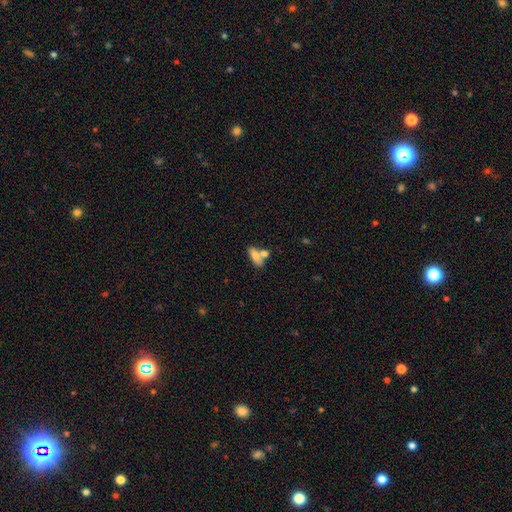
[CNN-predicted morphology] smooth-or-featured: smooth: 69% | featured or disk: 23% | star or artifact: 8%
  how-rounded: in between: 74% | cigar-shaped: 21% | round: 5%
  merging: merger: 42% (tied) | none: 42% (tied) | minor disturbance: 12% | major disturbance: 5%